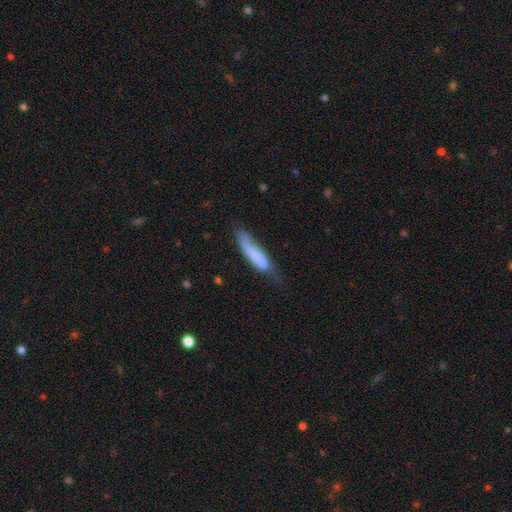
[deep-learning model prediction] The model was most divided on "merging": none: 43%, minor disturbance: 34%, major disturbance: 17%, merger: 5%. More confident: how rounded — cigar-shaped (72%); smooth or featured — smooth (66%).